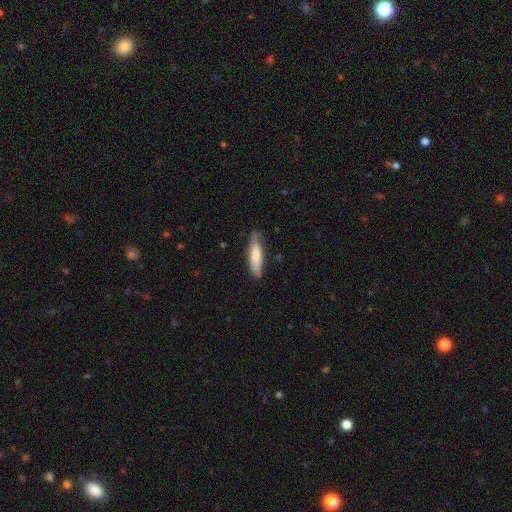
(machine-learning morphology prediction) type=smooth (76%); roundness=cigar-shaped (70%); merging=none (72%).